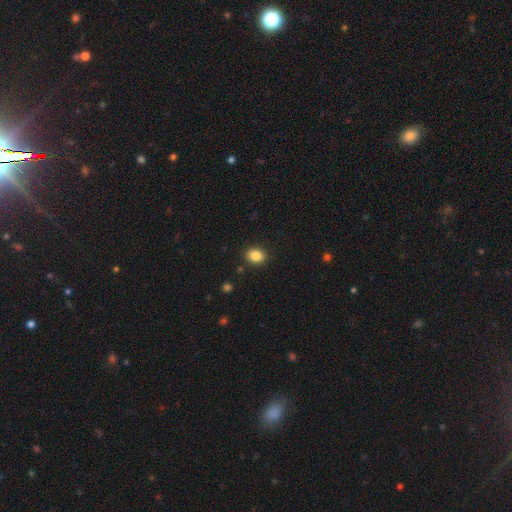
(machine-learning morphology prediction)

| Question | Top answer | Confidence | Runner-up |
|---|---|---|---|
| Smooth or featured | smooth | 86% | star or artifact (10%) |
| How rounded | in between | 51% | round (48%) |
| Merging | none | 89% | minor disturbance (8%) |